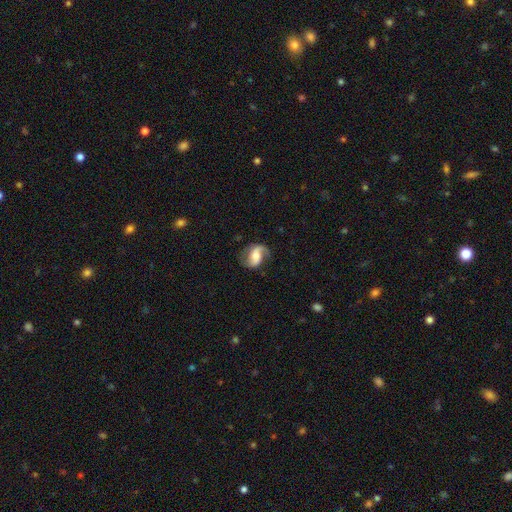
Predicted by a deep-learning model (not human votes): A featured or disk galaxy (72%) with a weak bar (40%), 2 (77%) loose (47%) spiral arms (93%) and a moderate central bulge (40%).

Vote fractions:
- Smooth or featured? featured or disk: 72% / smooth: 21% / star or artifact: 7%
- Edge-on disk? no: 97% / yes: 3%
- Bar? weak: 40% / no: 38% / strong: 22%
- Spiral arms? yes: 93% / no: 7%
- Spiral winding? loose: 47% / medium: 39% / tight: 14%
- Spiral arm count? 2: 77% / 1: 17% / can't tell: 4% / 3: 1% / 4: 1% / more than 4: 1%
- Bulge size? moderate: 40% / large: 25% / small: 21% / none: 9% / dominant: 5%
- Merging? none: 67% / minor disturbance: 20% / major disturbance: 12% / merger: 2%